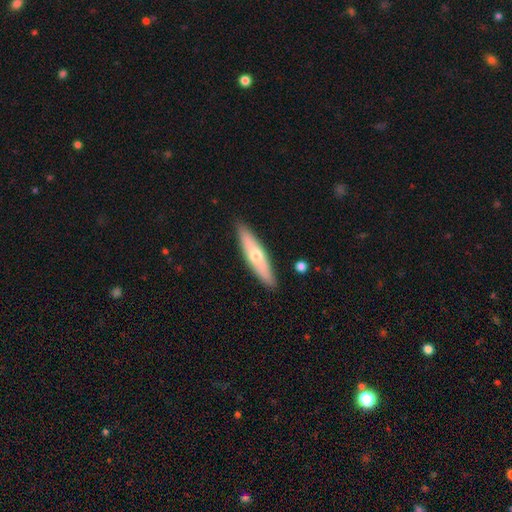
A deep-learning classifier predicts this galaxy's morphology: A smooth galaxy with no disk features (50%).

Vote fractions:
- Smooth or featured? smooth: 50% / featured or disk: 45% / star or artifact: 6%
- Merging? none: 88% / minor disturbance: 9% / major disturbance: 2% / merger: 2%